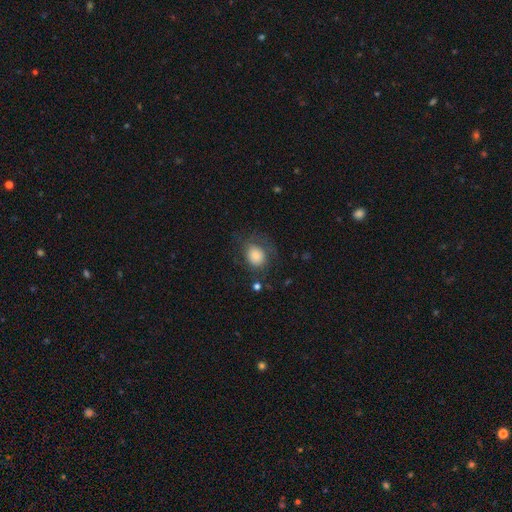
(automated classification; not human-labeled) This is likely a smooth galaxy (72%). How rounded: likely round (60%). Merging: possibly none (56%).